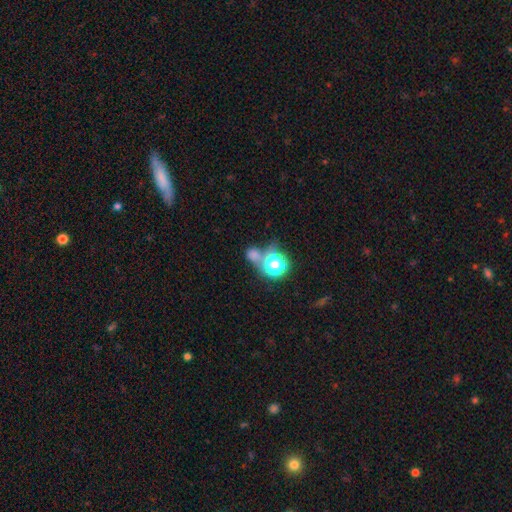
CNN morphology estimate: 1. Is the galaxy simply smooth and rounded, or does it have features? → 65% smooth, 26% star or artifact, 10% featured or disk.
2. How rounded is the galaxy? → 71% round, 28% in between, 2% cigar-shaped.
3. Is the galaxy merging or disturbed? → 42% none, 40% merger, 10% minor disturbance, 8% major disturbance.